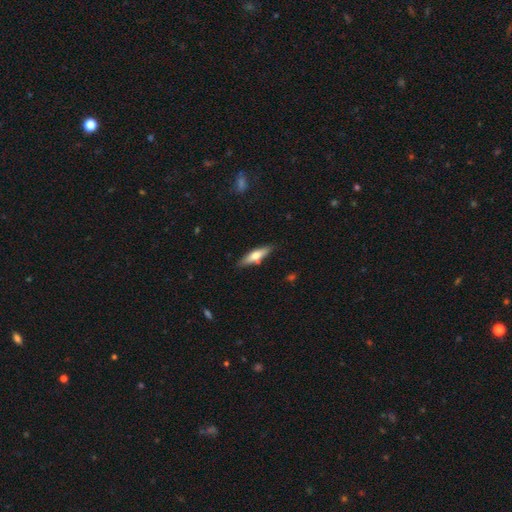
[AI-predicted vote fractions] This is possibly a smooth galaxy (55%). How rounded: likely cigar-shaped (66%). Merging: clearly none (83%).